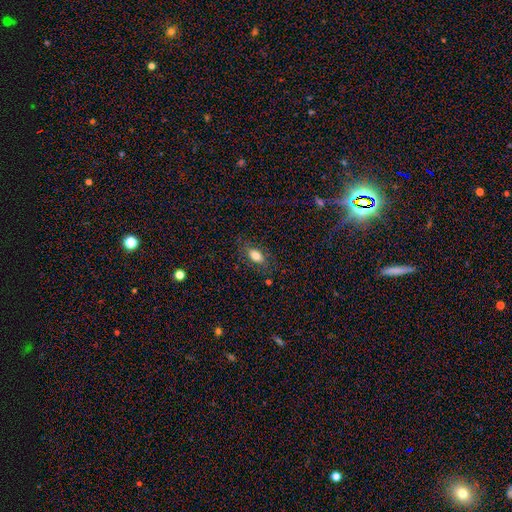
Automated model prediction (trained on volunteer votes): A smooth galaxy with no disk features (78%) that is in between round and cigar-shaped (85%).

Vote fractions:
- Smooth or featured? smooth: 78% / featured or disk: 12% / star or artifact: 9%
- How rounded? in between: 85% / round: 8% / cigar-shaped: 7%
- Merging? none: 78% / minor disturbance: 15% / major disturbance: 5% / merger: 1%